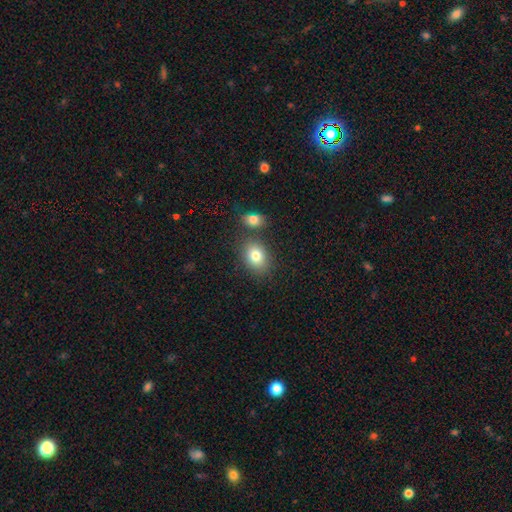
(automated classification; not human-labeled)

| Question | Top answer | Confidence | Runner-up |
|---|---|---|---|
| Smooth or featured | smooth | 81% | star or artifact (10%) |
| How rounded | in between | 70% | round (29%) |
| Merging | none | 71% | merger (14%) |